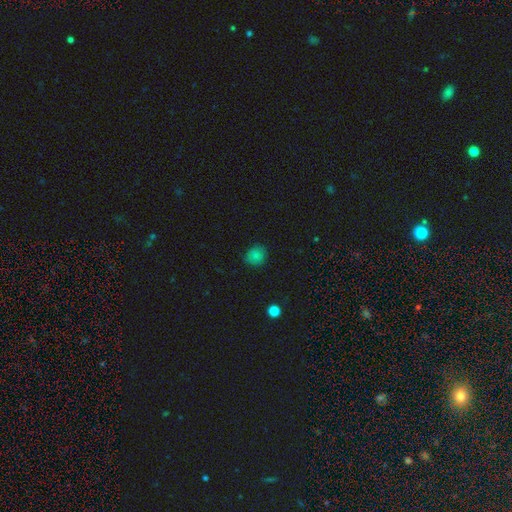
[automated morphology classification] smooth 81%, star or artifact 13%, featured or disk 6%. Down the decision tree: how rounded — round (75%); merging — none (79%).